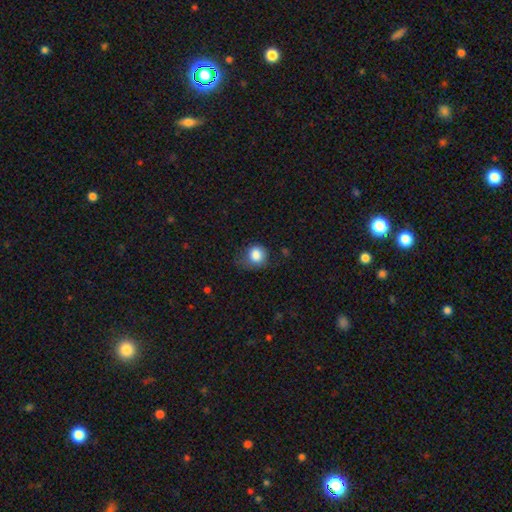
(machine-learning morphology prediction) A smooth galaxy with no disk features (85%) that is round (76%). Merging: none (52%).